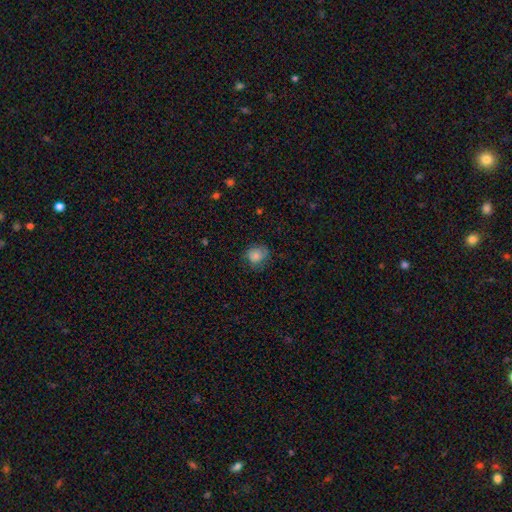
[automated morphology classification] Q: Smooth or featured?
A: smooth (81%); runner-up: featured or disk (10%)
Q: How rounded?
A: round (77%); runner-up: in between (22%)
Q: Merging?
A: none (68%); runner-up: minor disturbance (23%)